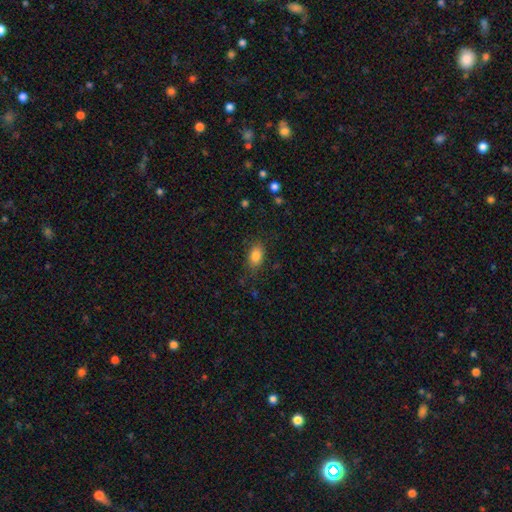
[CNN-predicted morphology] Q: Smooth or featured?
A: smooth (84%); runner-up: star or artifact (9%)
Q: How rounded?
A: in between (85%); runner-up: round (12%)
Q: Merging?
A: none (80%); runner-up: minor disturbance (14%)